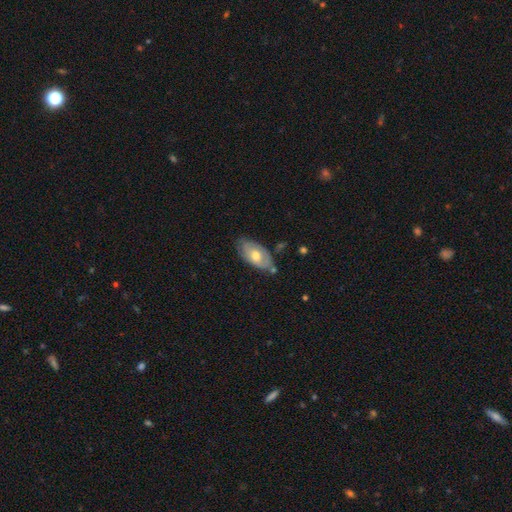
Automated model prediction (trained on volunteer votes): smooth 50%, featured or disk 44%, star or artifact 6%. Down the decision tree: how rounded — in between (92%); merging — none (63%).